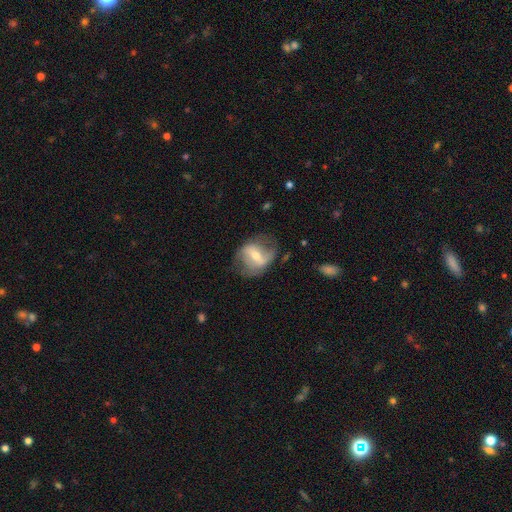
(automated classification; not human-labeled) This is likely a featured or disk galaxy (67%). It is clearly not viewed edge-on (94%). Bar: possibly strong (49%). Spiral arm pattern: likely yes (66%). Central bulge: possibly moderate (53%). Merging: possibly none (59%).